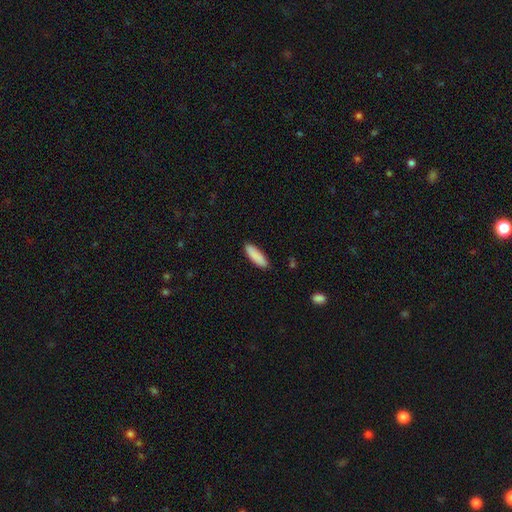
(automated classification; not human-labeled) Smooth or featured? Predicted: smooth (p=0.90). How rounded? Predicted: cigar-shaped (p=0.52). Merging? Predicted: none (p=0.89).